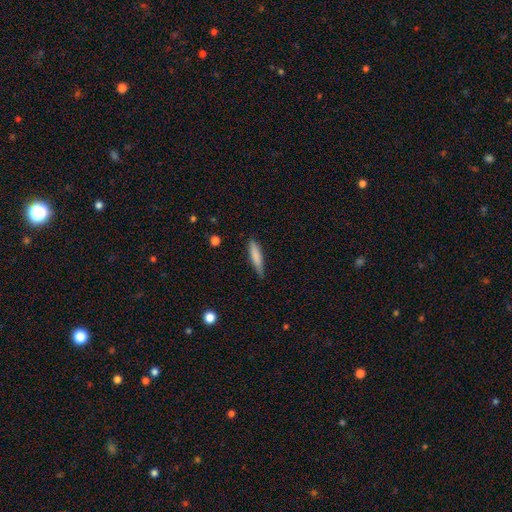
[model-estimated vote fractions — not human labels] Smooth or featured? smooth (78%)
How rounded? cigar-shaped (83%)
Merging? none (71%)